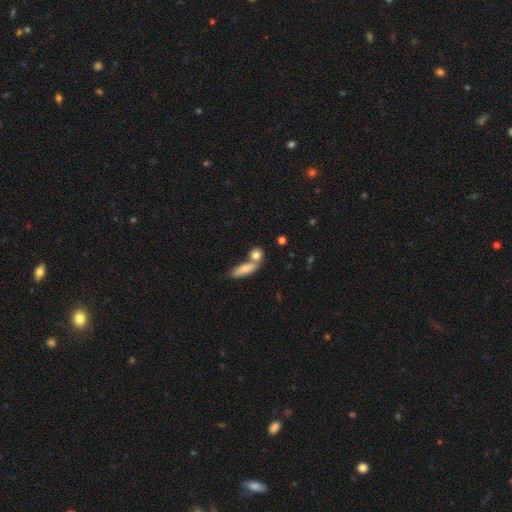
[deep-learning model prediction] A smooth galaxy with no disk features (82%) that is round (53%). Merging: none (51%).